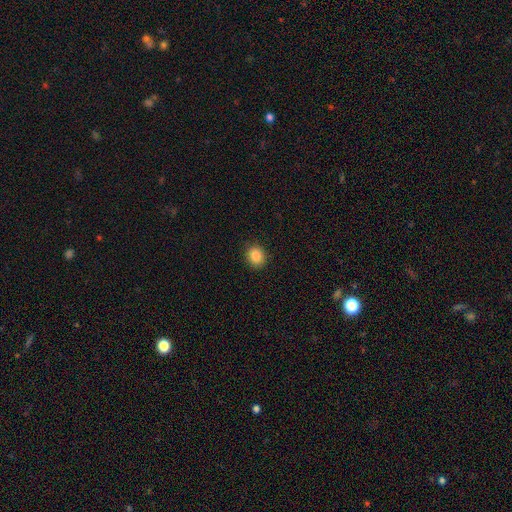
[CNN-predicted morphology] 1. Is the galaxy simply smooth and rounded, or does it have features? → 85% smooth, 10% star or artifact, 5% featured or disk.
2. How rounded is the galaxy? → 73% round, 26% in between, 1% cigar-shaped.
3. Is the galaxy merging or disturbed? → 91% none, 7% minor disturbance, 2% major disturbance, 1% merger.